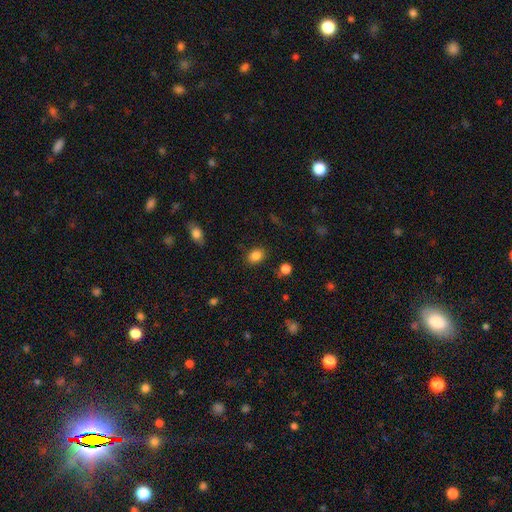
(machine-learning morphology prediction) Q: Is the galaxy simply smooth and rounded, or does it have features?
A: smooth — 84%.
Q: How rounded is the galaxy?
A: in between — 61%.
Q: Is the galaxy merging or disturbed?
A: none — 83%.